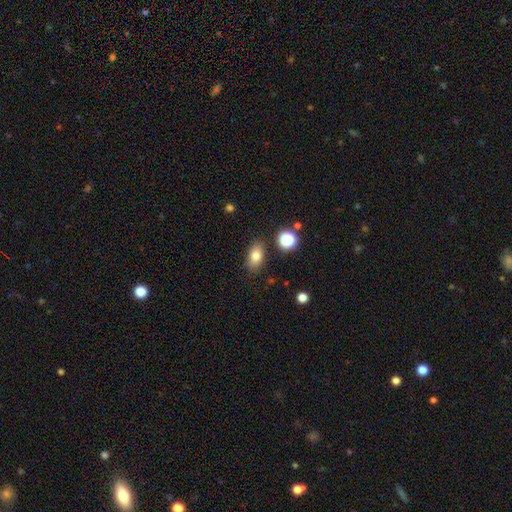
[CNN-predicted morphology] Smooth or featured?
  - smooth: 79% *
  - star or artifact: 11%
  - featured or disk: 10%
How rounded?
  - in between: 85% *
  - round: 11%
  - cigar-shaped: 3%
Merging?
  - none: 83% *
  - minor disturbance: 11%
  - merger: 3%
  - major disturbance: 3%